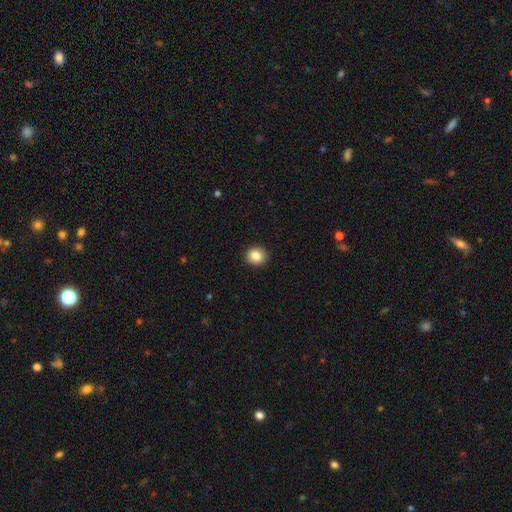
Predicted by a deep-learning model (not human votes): This appears to be a smooth galaxy with no disk features (85%) that is round (77%). Merging: none (92%).